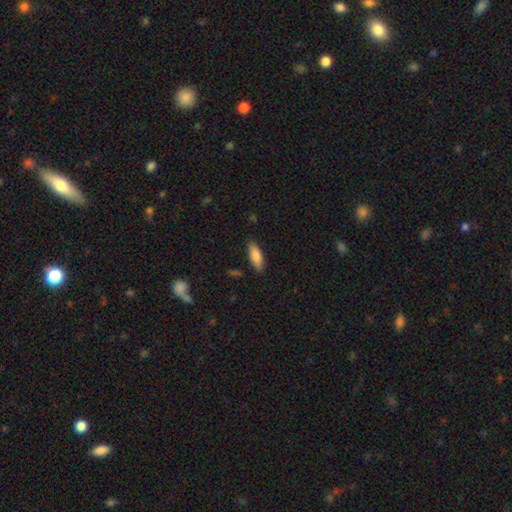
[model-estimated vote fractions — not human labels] smooth-or-featured: smooth: 81% | featured or disk: 12% | star or artifact: 6%
  how-rounded: in between: 60% | cigar-shaped: 39% | round: 2%
  merging: none: 85% | minor disturbance: 11% | major disturbance: 2% | merger: 2%